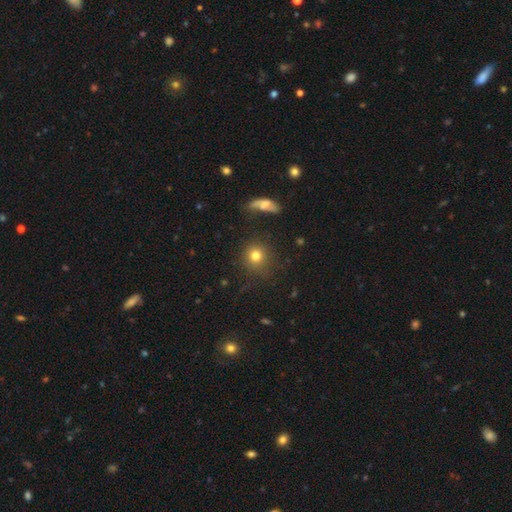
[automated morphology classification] The model was most divided on "smooth or featured": smooth: 79%, star or artifact: 13%, featured or disk: 8%. More confident: how rounded — round (90%); merging — none (83%).